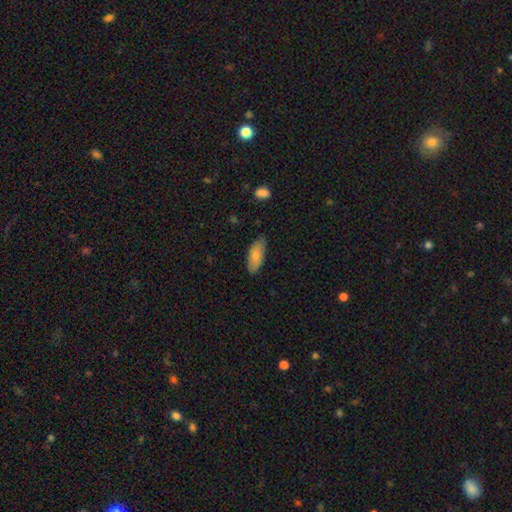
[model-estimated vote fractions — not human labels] Overall: smooth (78%). How rounded: in between (85%). Merging: none (78%).